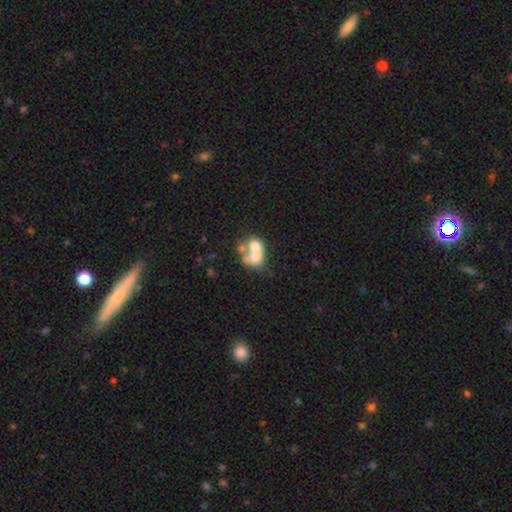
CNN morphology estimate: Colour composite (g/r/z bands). It shows a smooth galaxy with no disk features (59%) that is round (52%). Merging: merger (68%).